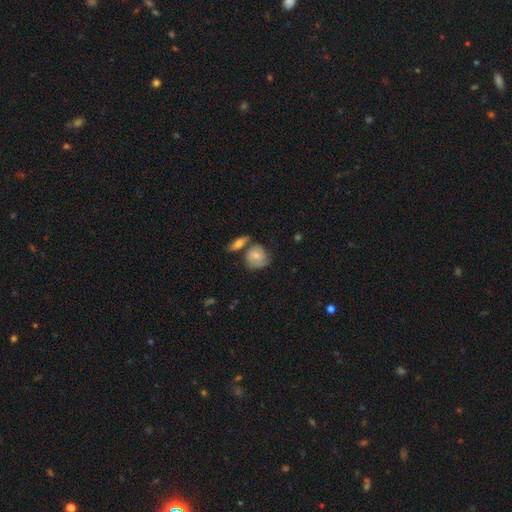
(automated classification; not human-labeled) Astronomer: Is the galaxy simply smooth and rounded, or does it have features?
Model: featured or disk — 48% (runner-up: smooth, 46%).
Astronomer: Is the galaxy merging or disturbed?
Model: none — 48% (runner-up: merger, 23%).